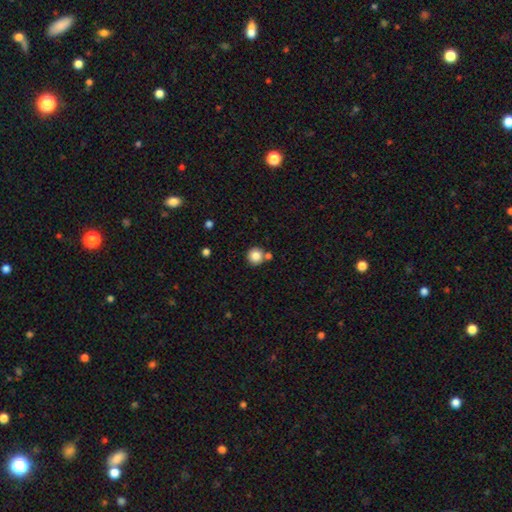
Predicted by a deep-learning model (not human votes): smooth-or-featured: smooth: 84% | star or artifact: 10% | featured or disk: 6%
  how-rounded: round: 94% | in between: 5% | cigar-shaped: 1%
  merging: none: 75% | merger: 15% | minor disturbance: 8% | major disturbance: 2%